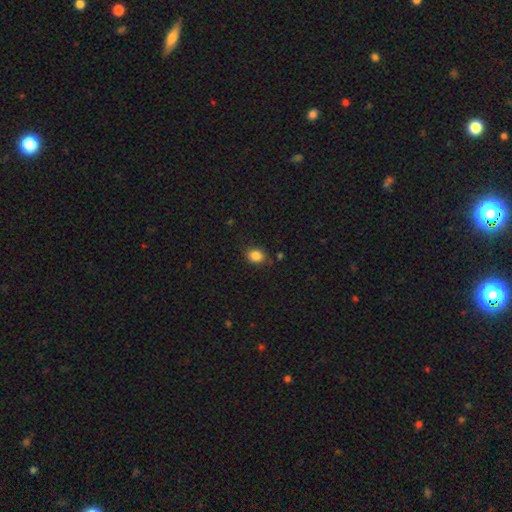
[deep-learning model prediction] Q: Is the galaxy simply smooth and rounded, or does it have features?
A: smooth — 85%.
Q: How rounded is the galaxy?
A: in between — 52%.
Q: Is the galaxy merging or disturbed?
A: none — 79%.